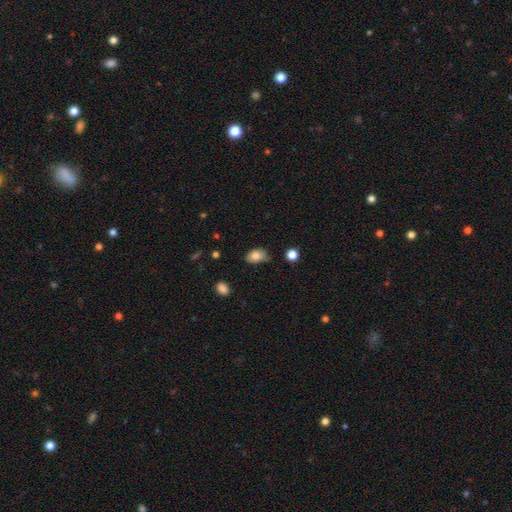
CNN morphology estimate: This appears to be a smooth galaxy with no disk features (79%) that is in between round and cigar-shaped (85%). Merging: none (63%).